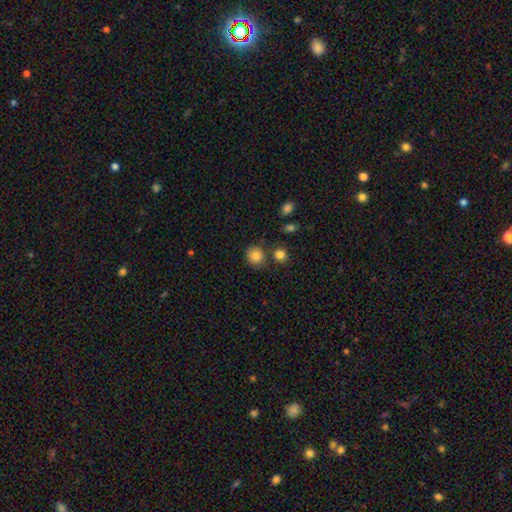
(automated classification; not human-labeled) smooth-or-featured: smooth: 84% | star or artifact: 10% | featured or disk: 6%
  how-rounded: round: 83% | in between: 16% | cigar-shaped: 1%
  merging: none: 77% | minor disturbance: 11% | merger: 9% | major disturbance: 3%